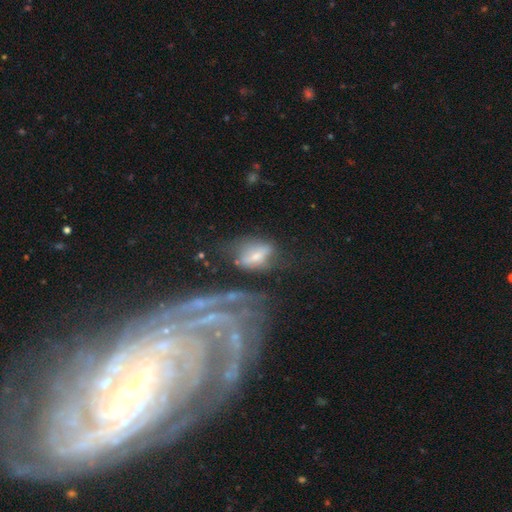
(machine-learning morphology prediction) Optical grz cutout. It shows a featured or disk galaxy (47%). Merging: none (44%).